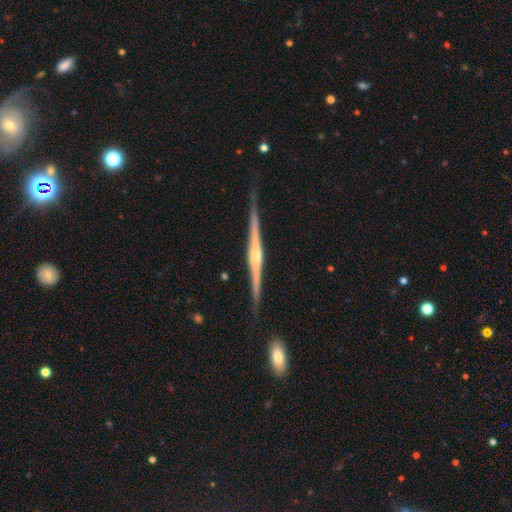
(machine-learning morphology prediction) Smooth or featured: featured or disk — 87% (smooth — 8%)
Edge-on disk: yes — 98% (no — 2%)
Edge-on bulge: rounded — 75% (none — 13%)
Merging: none — 85% (minor disturbance — 11%)